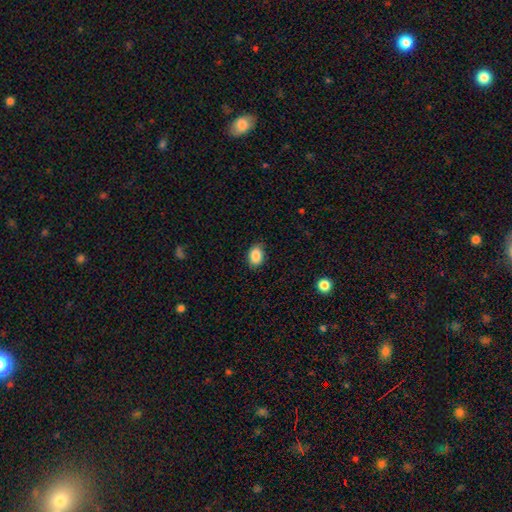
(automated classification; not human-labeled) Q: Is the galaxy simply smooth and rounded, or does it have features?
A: smooth — 88%.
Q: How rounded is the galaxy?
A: in between — 76%.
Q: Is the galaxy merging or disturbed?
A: none — 85%.